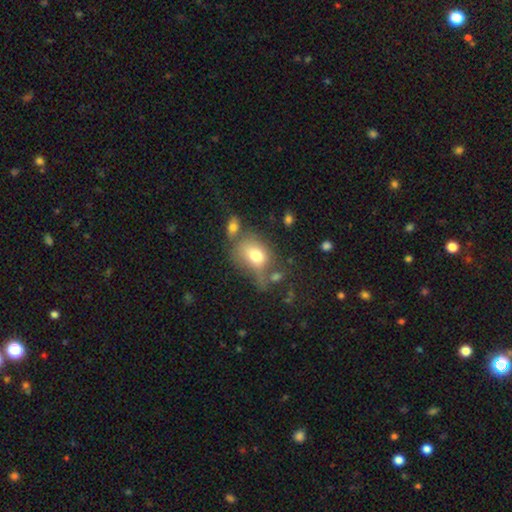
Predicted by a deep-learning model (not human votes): This is likely a smooth galaxy (73%). How rounded: likely in between (67%). Merging: marginally none (33%).